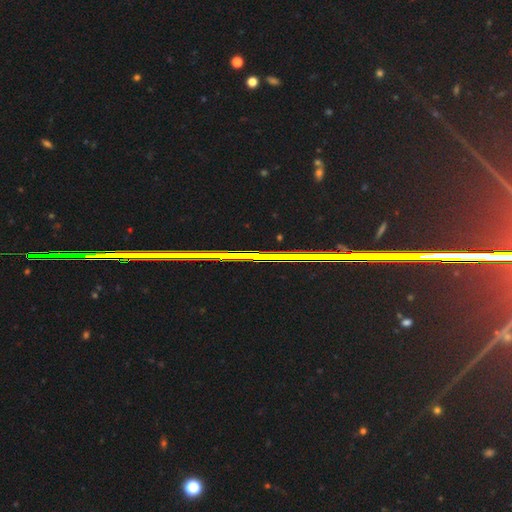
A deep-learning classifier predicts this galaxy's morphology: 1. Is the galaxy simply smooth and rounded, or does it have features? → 87% star or artifact, 7% featured or disk, 6% smooth.